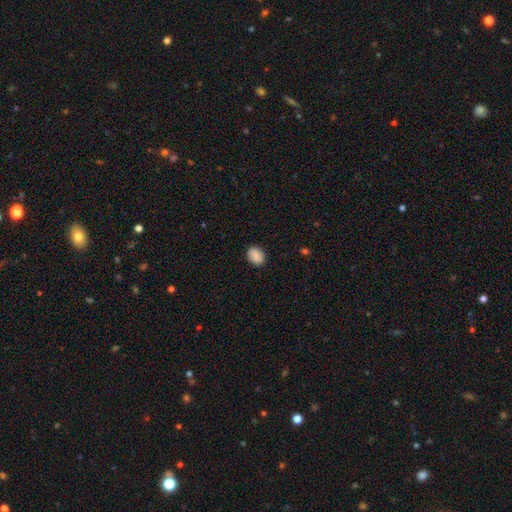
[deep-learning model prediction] smooth 88%, star or artifact 8%, featured or disk 4%. Down the decision tree: how rounded — in between (61%); merging — none (88%).